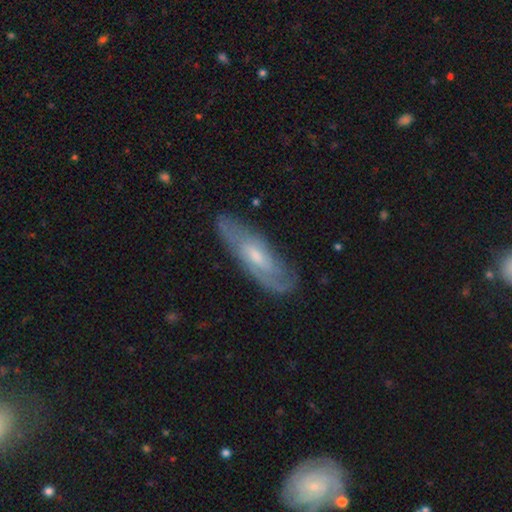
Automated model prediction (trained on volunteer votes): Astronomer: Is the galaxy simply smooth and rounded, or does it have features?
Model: featured or disk — 66%.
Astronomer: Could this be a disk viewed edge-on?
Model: no — 74%.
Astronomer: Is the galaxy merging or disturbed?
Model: none — 76%.